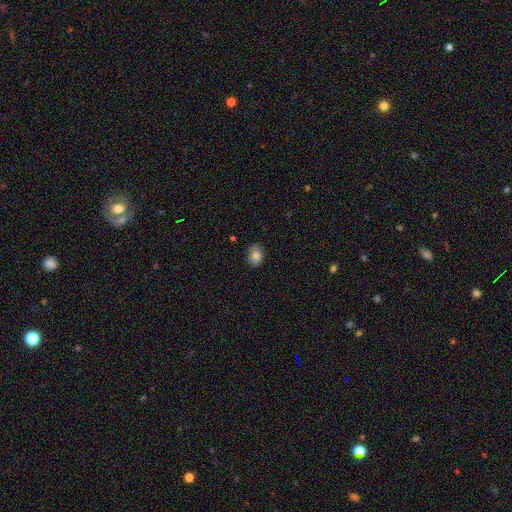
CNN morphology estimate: type=smooth (83%); roundness=in between (72%); merging=none (84%).